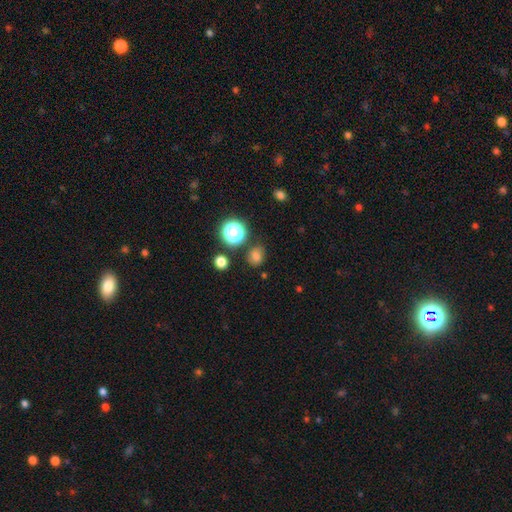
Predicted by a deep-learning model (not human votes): Smooth or featured: smooth — 71% (star or artifact — 22%)
How rounded: round — 58% (in between — 41%)
Merging: none — 76% (minor disturbance — 14%)